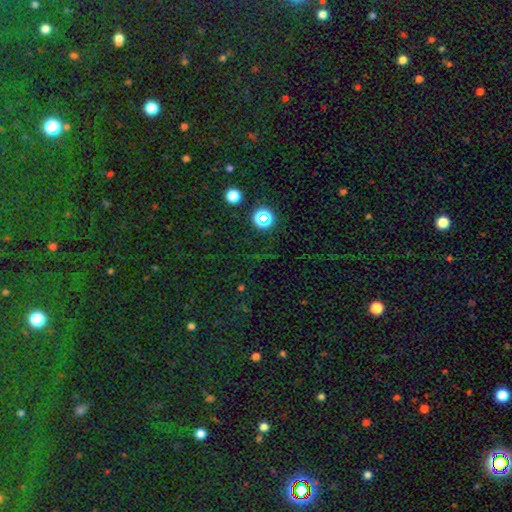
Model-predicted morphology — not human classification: smooth_or_featured: star or artifact (p=0.76) [alt: smooth p=0.17]